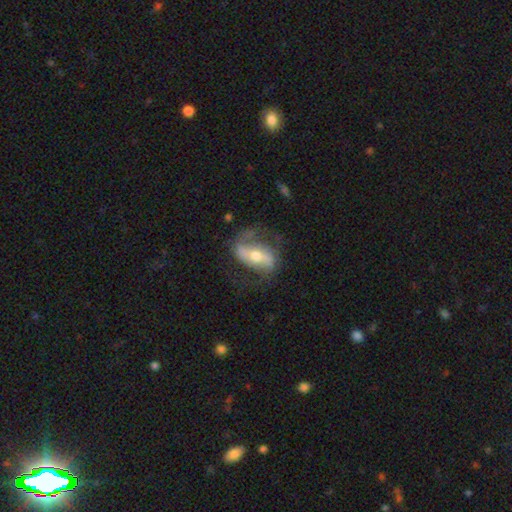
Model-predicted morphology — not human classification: Q: Smooth or featured?
A: featured or disk (75%); runner-up: smooth (19%)
Q: Edge-on disk?
A: no (91%); runner-up: yes (9%)
Q: Bar?
A: strong (49%); runner-up: weak (30%)
Q: Spiral arms?
A: yes (86%); runner-up: no (14%)
Q: Spiral winding?
A: loose (43%); runner-up: medium (41%)
Q: Spiral arm count?
A: 2 (87%); runner-up: can't tell (6%)
Q: Bulge size?
A: moderate (63%); runner-up: small (28%)
Q: Merging?
A: none (64%); runner-up: minor disturbance (19%)